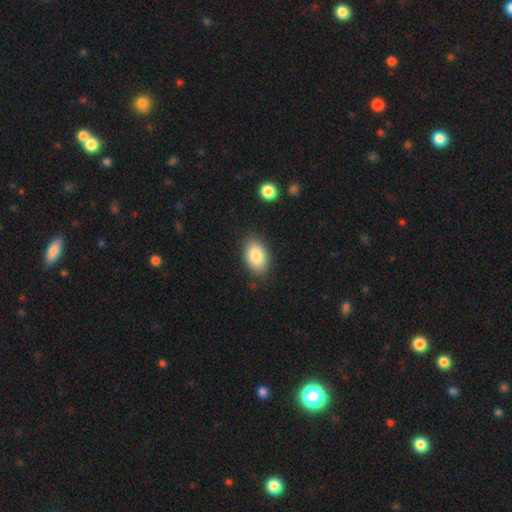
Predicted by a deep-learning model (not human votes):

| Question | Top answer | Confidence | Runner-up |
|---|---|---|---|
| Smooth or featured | smooth | 84% | featured or disk (9%) |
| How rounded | in between | 91% | round (8%) |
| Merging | none | 83% | minor disturbance (12%) |